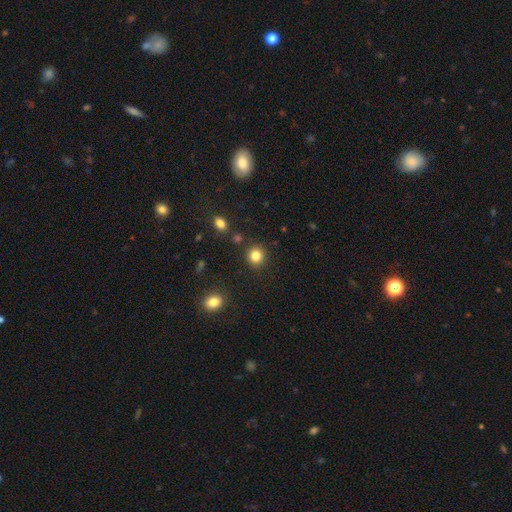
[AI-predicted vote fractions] A smooth galaxy with no disk features (84%) that is round (89%).

Vote fractions:
- Smooth or featured? smooth: 84% / star or artifact: 11% / featured or disk: 5%
- How rounded? round: 89% / in between: 10% / cigar-shaped: 1%
- Merging? none: 88% / minor disturbance: 6% / merger: 3% / major disturbance: 2%